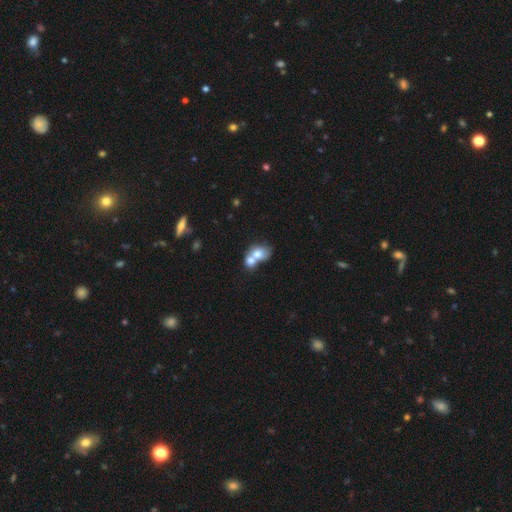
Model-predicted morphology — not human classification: Smooth or featured?
  - smooth: 71% *
  - featured or disk: 20%
  - star or artifact: 9%
How rounded?
  - in between: 50% *
  - round: 49%
  - cigar-shaped: 1%
Merging?
  - merger: 73% *
  - none: 18%
  - minor disturbance: 6%
  - major disturbance: 4%